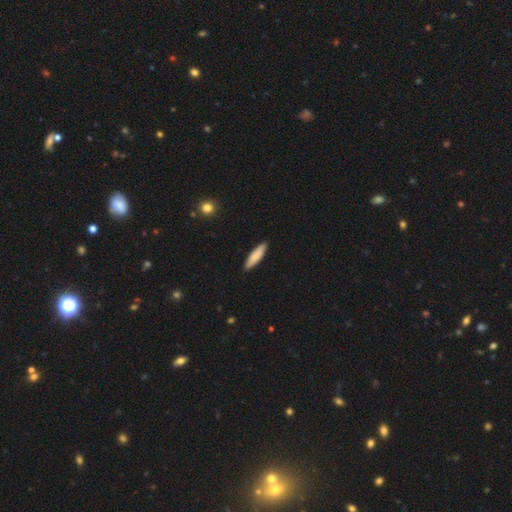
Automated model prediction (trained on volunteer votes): Morphology: type=smooth (84%); roundness=cigar-shaped (74%); merging=none (90%).